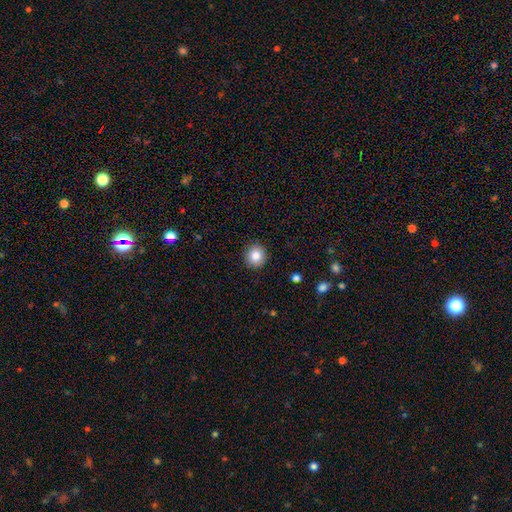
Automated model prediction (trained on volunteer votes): Q: Smooth or featured?
A: smooth (84%); runner-up: star or artifact (9%)
Q: How rounded?
A: round (90%); runner-up: in between (9%)
Q: Merging?
A: none (91%); runner-up: minor disturbance (6%)